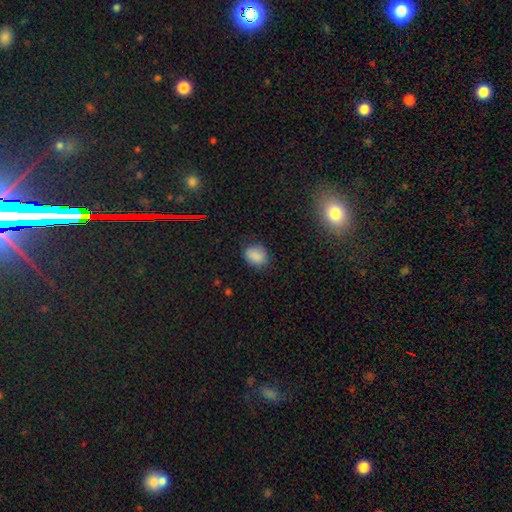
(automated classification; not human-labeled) Smooth or featured? smooth (86%)
How rounded? round (50%)
Merging? none (80%)